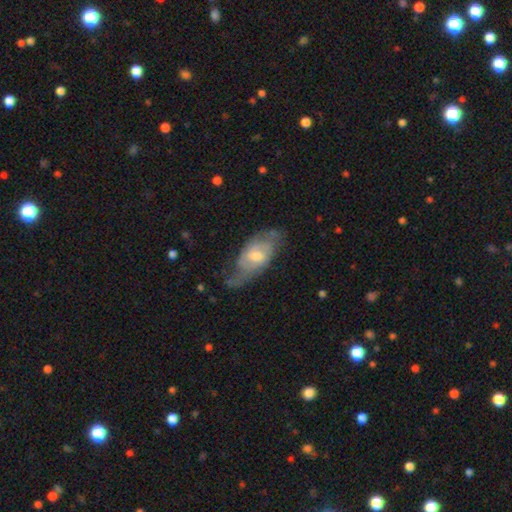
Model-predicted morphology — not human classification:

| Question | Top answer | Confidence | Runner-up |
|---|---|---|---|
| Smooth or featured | featured or disk | 70% | smooth (24%) |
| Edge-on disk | no | 89% | yes (11%) |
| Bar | no | 51% | weak (42%) |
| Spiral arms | yes | 83% | no (17%) |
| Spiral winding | medium | 43% | loose (31%) |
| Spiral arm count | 2 | 67% | can't tell (21%) |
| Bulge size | moderate | 59% | small (33%) |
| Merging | none | 57% | minor disturbance (26%) |